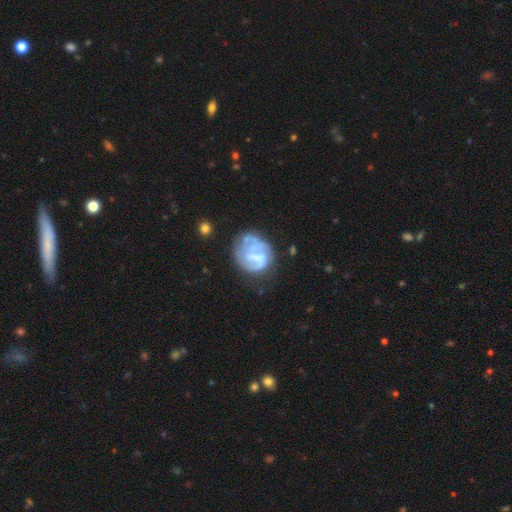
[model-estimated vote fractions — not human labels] smooth-or-featured: featured or disk: 65% | smooth: 26% | star or artifact: 9%
  disk-edge-on: no: 98% | yes: 2%
    bar: no: 46% | weak: 36% | strong: 18%
    has-spiral-arms: yes: 59% | no: 41%
    bulge-size: none: 57% | small: 21% | moderate: 15% | large: 5% | dominant: 2%
  merging: none: 48% | minor disturbance: 23% | major disturbance: 23% | merger: 6%